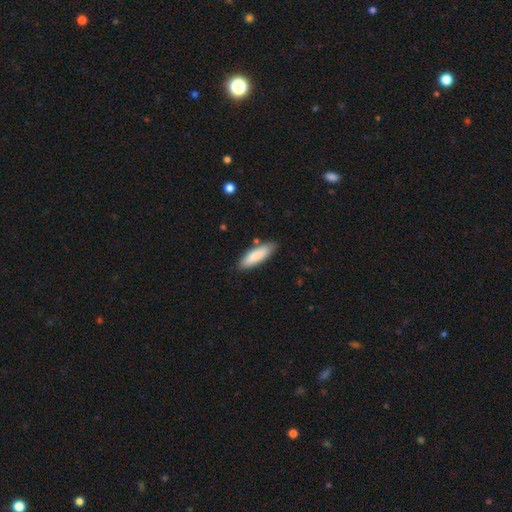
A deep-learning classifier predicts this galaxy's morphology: Smooth or featured?
  - smooth: 85% *
  - featured or disk: 10%
  - star or artifact: 5%
How rounded?
  - in between: 51% *
  - cigar-shaped: 48%
  - round: 1%
Merging?
  - none: 83% *
  - minor disturbance: 12%
  - merger: 3%
  - major disturbance: 2%